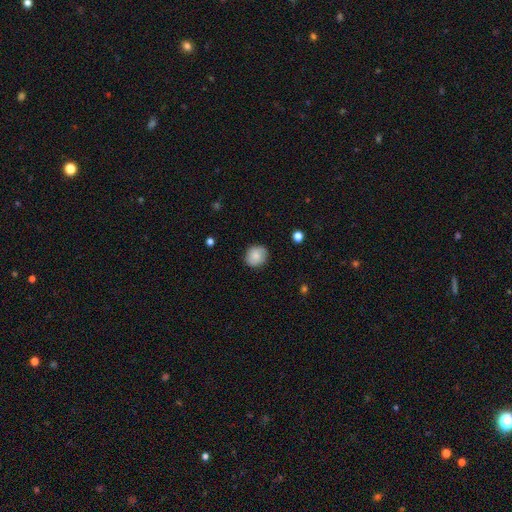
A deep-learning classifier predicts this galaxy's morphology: This appears to be a smooth galaxy with no disk features (82%) that is round (80%). Merging: none (84%).